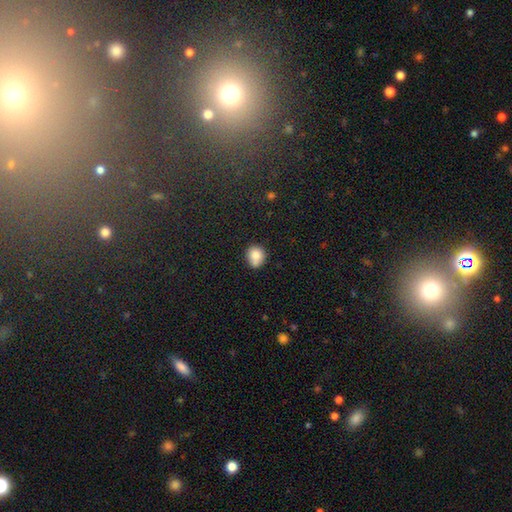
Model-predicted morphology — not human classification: smooth 83%, star or artifact 9%, featured or disk 7%. Down the decision tree: how rounded — round (79%); merging — none (61%).